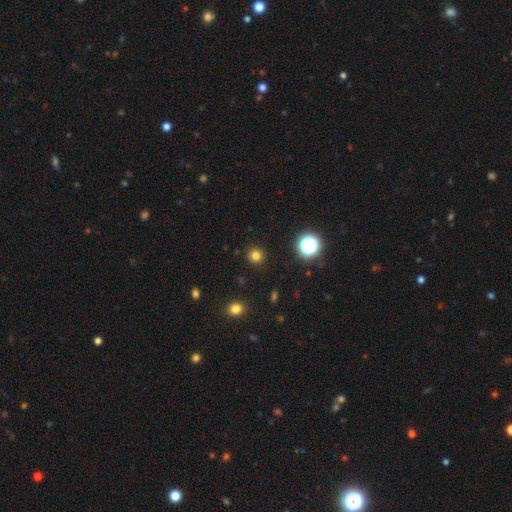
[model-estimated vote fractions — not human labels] Smooth or featured? Predicted: smooth (p=0.78). How rounded? Predicted: round (p=0.95). Merging? Predicted: none (p=0.92).